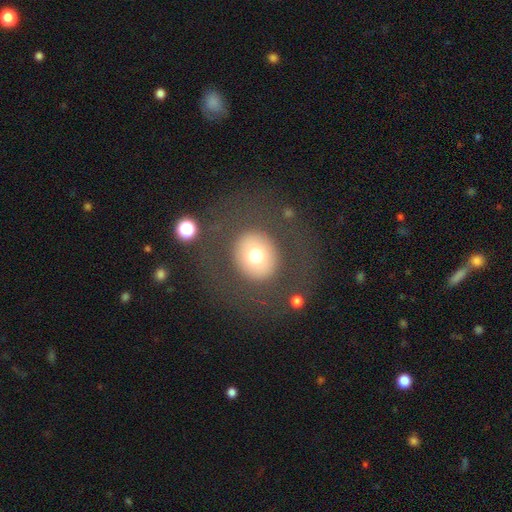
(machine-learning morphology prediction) Smooth or featured: smooth — 69% (featured or disk — 20%)
How rounded: round — 83% (in between — 16%)
Merging: none — 79% (major disturbance — 9%)